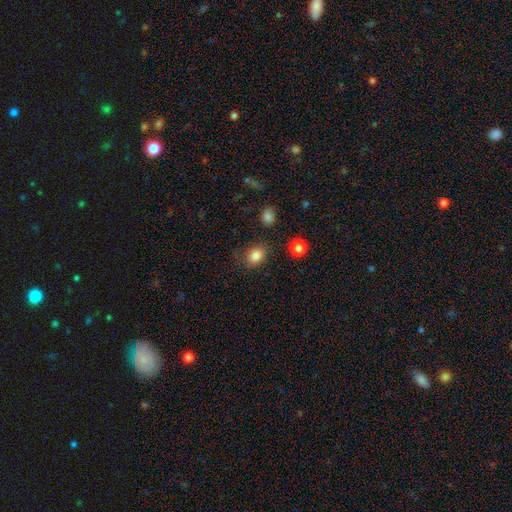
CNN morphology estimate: This is clearly a smooth galaxy (83%). How rounded: possibly round (51%). Merging: likely none (77%).